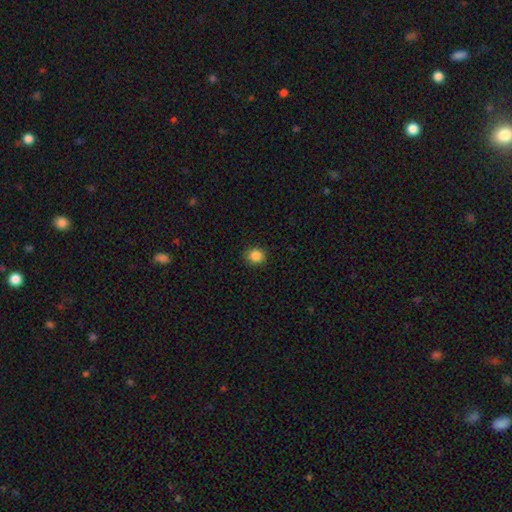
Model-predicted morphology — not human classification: Smooth or featured?
  - smooth: 86% *
  - star or artifact: 11%
  - featured or disk: 3%
How rounded?
  - round: 81% *
  - in between: 18%
  - cigar-shaped: 1%
Merging?
  - none: 89% *
  - minor disturbance: 8%
  - major disturbance: 2%
  - merger: 1%